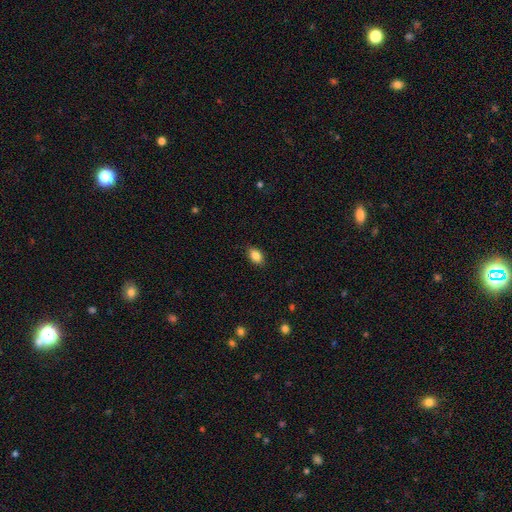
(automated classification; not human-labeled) smooth 86%, star or artifact 8%, featured or disk 6%. Down the decision tree: how rounded — in between (88%); merging — none (87%).